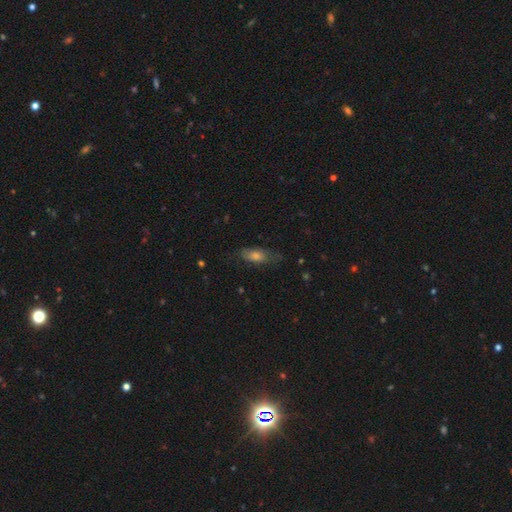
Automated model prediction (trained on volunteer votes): Overall: smooth (52%; featured or disk 33%). How rounded: in between (69%). Merging: none (70%).